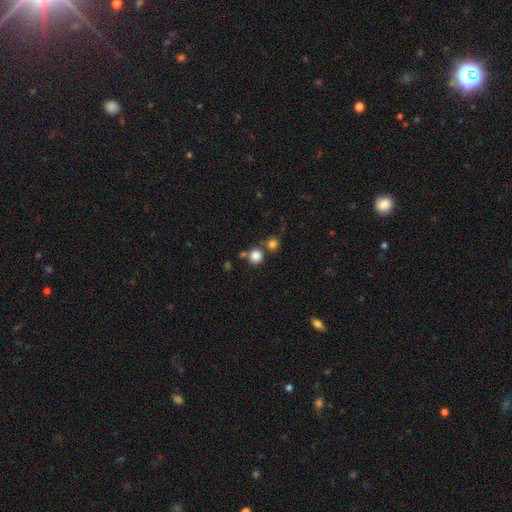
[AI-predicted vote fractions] This appears to be a smooth galaxy with no disk features (83%) that is round (92%). Merging: none (68%).